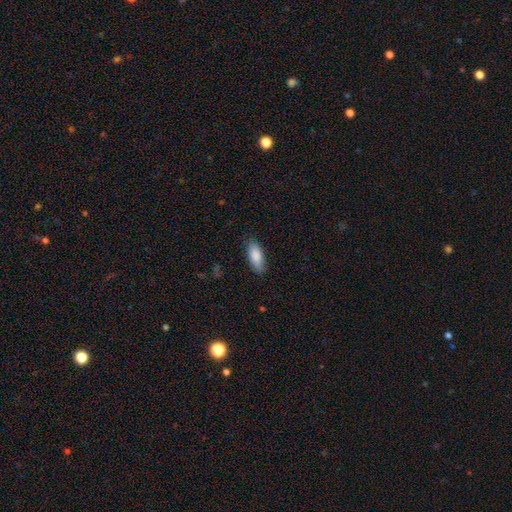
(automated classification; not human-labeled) Smooth or featured: smooth — 87% (featured or disk — 8%)
How rounded: in between — 80% (cigar-shaped — 18%)
Merging: none — 84% (minor disturbance — 12%)